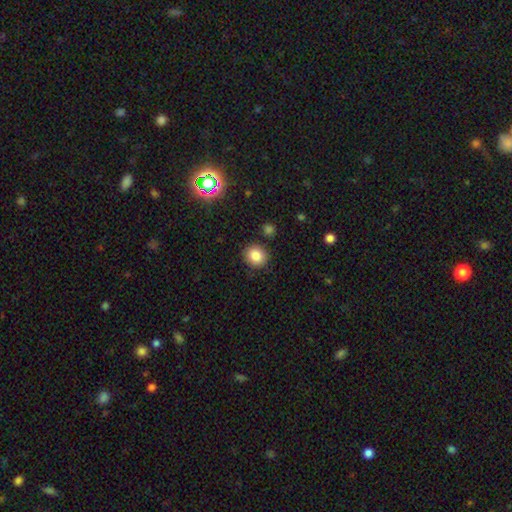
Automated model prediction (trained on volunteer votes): Q: Smooth or featured?
A: smooth (84%); runner-up: star or artifact (10%)
Q: How rounded?
A: round (78%); runner-up: in between (21%)
Q: Merging?
A: none (87%); runner-up: minor disturbance (8%)